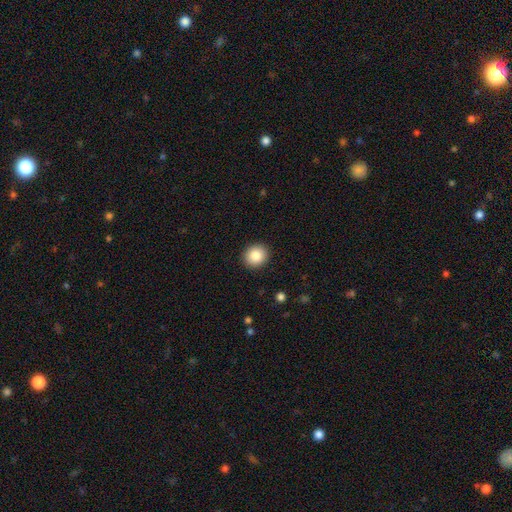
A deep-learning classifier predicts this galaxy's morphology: Smooth or featured? Predicted: smooth (p=0.85). How rounded? Predicted: round (p=0.82). Merging? Predicted: none (p=0.92).